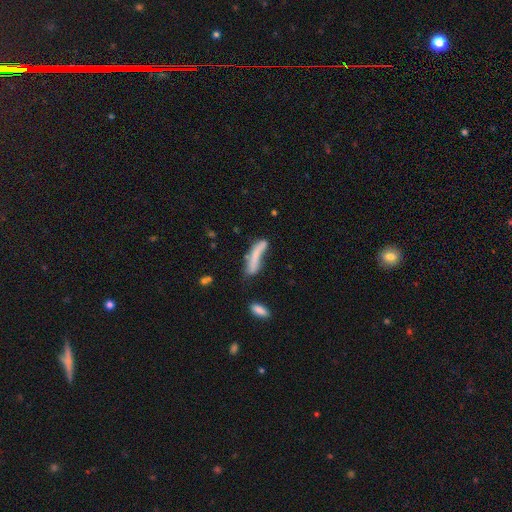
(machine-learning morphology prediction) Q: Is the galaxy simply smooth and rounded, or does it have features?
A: smooth — 61%.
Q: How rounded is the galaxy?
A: cigar-shaped — 80%.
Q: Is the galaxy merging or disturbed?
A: none — 38%.